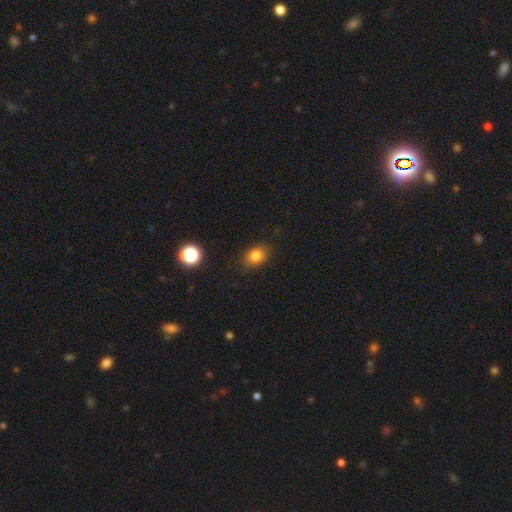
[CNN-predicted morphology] Overall: smooth (82%). How rounded: in between (58%; round 41%). Merging: none (84%).